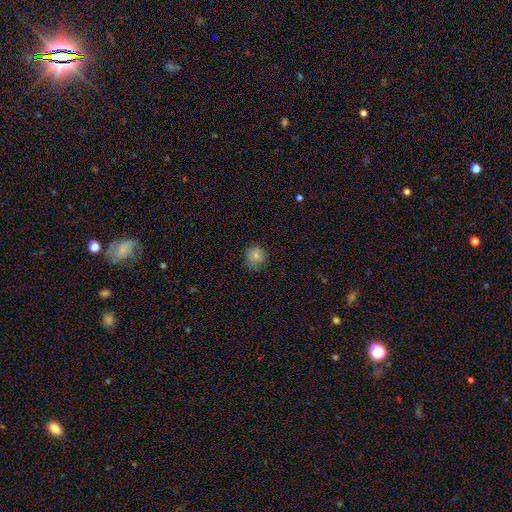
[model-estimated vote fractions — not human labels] Smooth or featured? smooth (82%)
How rounded? round (92%)
Merging? none (83%)